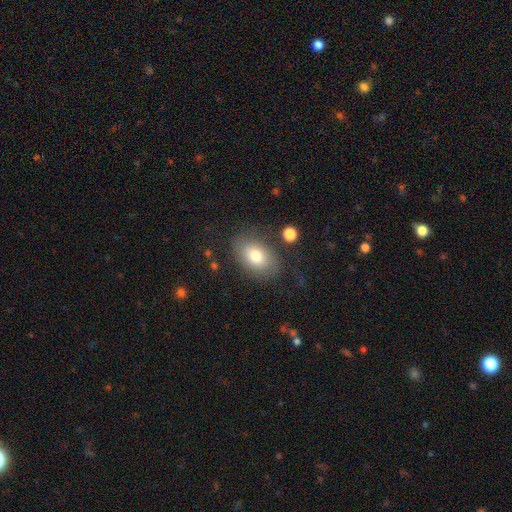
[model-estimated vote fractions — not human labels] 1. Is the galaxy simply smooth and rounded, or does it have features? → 75% smooth, 17% featured or disk, 8% star or artifact.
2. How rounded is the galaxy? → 86% in between, 13% round, 1% cigar-shaped.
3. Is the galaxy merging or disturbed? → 74% none, 16% minor disturbance, 7% major disturbance, 3% merger.